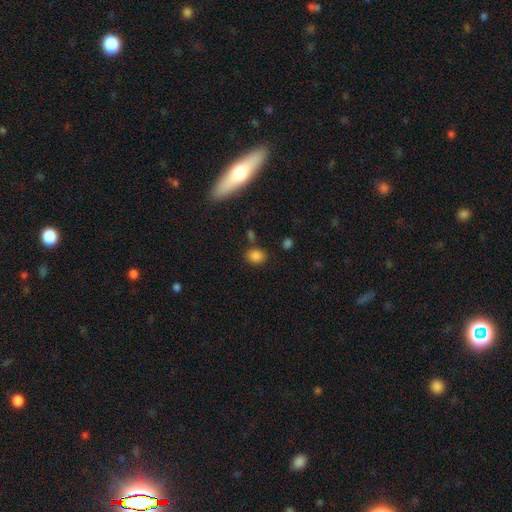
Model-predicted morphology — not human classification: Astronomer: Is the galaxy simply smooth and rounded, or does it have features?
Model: smooth — 83%.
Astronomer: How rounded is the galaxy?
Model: in between — 52% (runner-up: round, 47%).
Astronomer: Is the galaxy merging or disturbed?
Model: none — 78%.